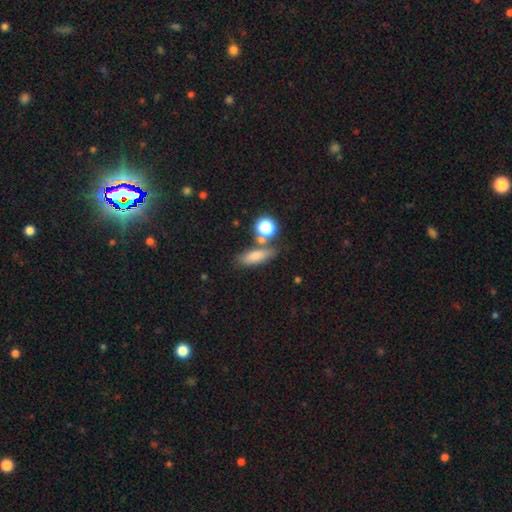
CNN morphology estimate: A smooth galaxy with no disk features (77%) that is in between round and cigar-shaped (55%). Merging: none (65%).